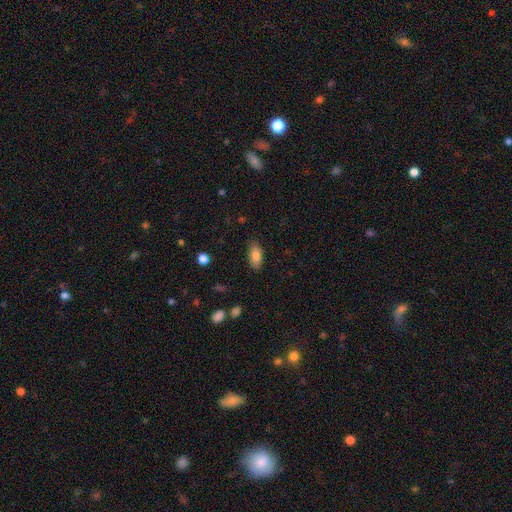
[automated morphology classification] A smooth galaxy with no disk features (82%) that is in between round and cigar-shaped (90%).

Vote fractions:
- Smooth or featured? smooth: 82% / featured or disk: 10% / star or artifact: 7%
- How rounded? in between: 90% / cigar-shaped: 8% / round: 3%
- Merging? none: 83% / minor disturbance: 13% / major disturbance: 3% / merger: 1%